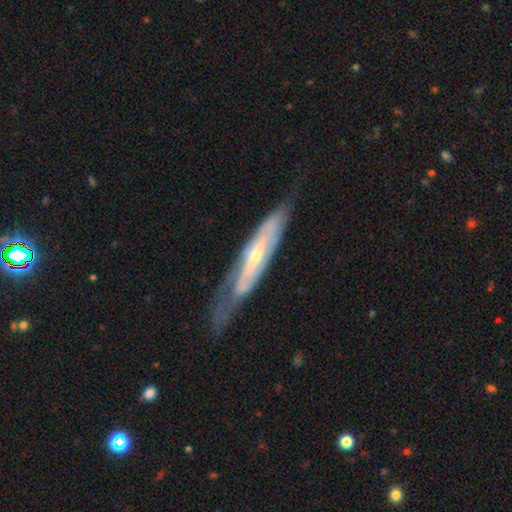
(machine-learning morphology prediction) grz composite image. It shows a featured or disk galaxy (76%). Merging: none (63%).